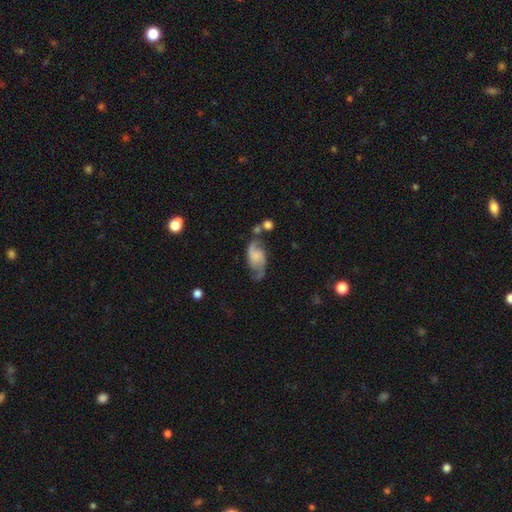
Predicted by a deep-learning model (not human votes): Smooth or featured: featured or disk — 75% (smooth — 18%)
Edge-on disk: no — 97% (yes — 3%)
Bar: no — 58% (weak — 34%)
Spiral arms: yes — 94% (no — 6%)
Spiral winding: loose — 54% (medium — 36%)
Spiral arm count: 2 — 90% (can't tell — 4%)
Bulge size: none — 41% (small — 31%)
Merging: none — 54% (minor disturbance — 23%)